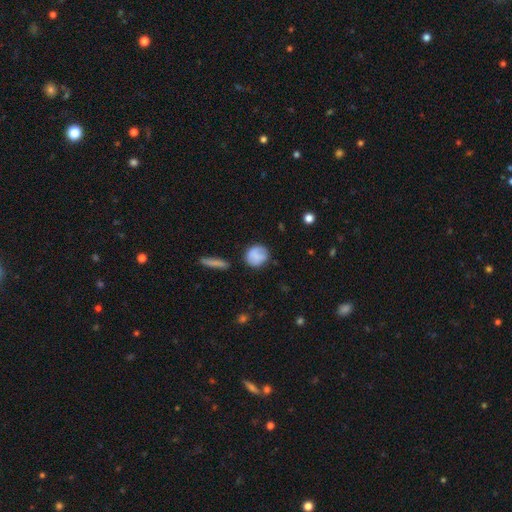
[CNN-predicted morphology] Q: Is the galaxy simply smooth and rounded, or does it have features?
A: smooth — 76%.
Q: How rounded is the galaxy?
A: round — 79%.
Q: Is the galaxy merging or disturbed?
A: none — 74%.